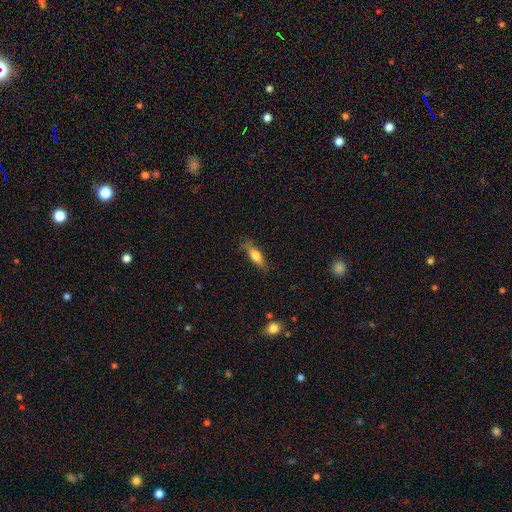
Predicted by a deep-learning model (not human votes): This appears to be a smooth galaxy with no disk features (61%) that is cigar-shaped (54%). Merging: none (72%).